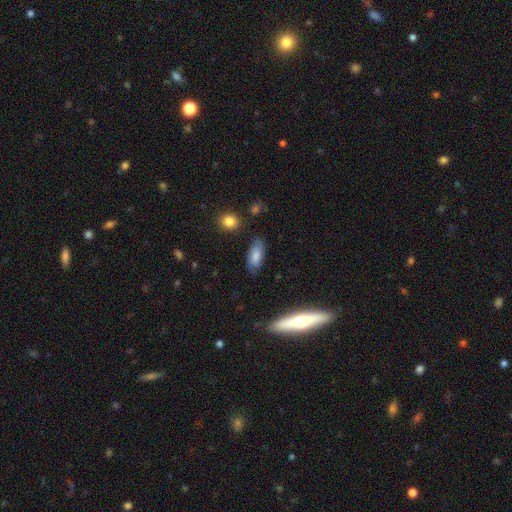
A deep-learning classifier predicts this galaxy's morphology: Q: Smooth or featured?
A: smooth (68%); runner-up: featured or disk (24%)
Q: How rounded?
A: in between (86%); runner-up: cigar-shaped (12%)
Q: Merging?
A: none (75%); runner-up: minor disturbance (18%)